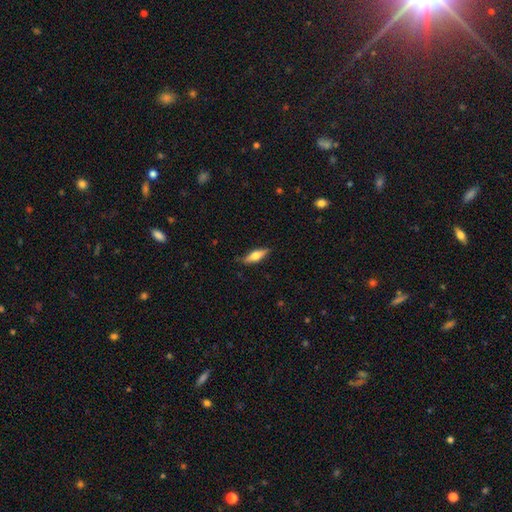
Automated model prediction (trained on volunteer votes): Smooth or featured? Predicted: smooth (p=0.48). Merging? Predicted: none (p=0.84).